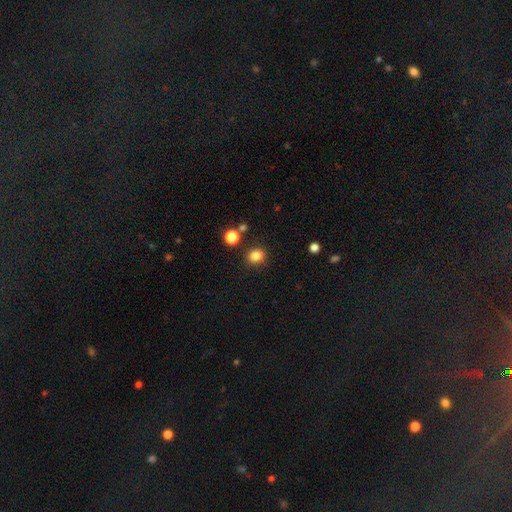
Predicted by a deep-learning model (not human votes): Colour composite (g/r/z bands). It shows a smooth galaxy with no disk features (83%) that is round (72%). Merging: none (85%).